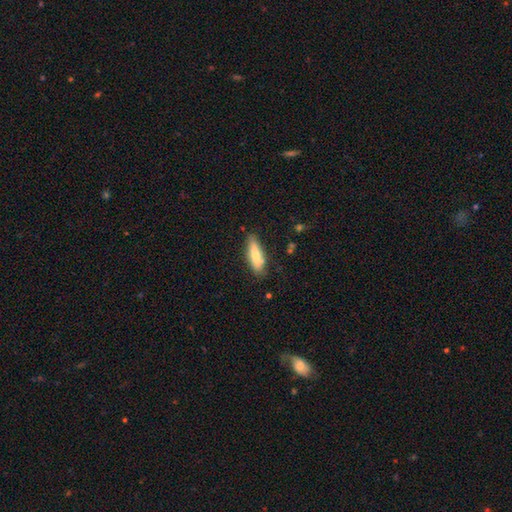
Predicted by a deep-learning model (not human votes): smooth_or_featured: smooth (p=0.70) [alt: featured or disk p=0.23]
how_rounded: cigar-shaped (p=0.60) [alt: in between p=0.39]
merging: none (p=0.78) [alt: minor disturbance p=0.17]